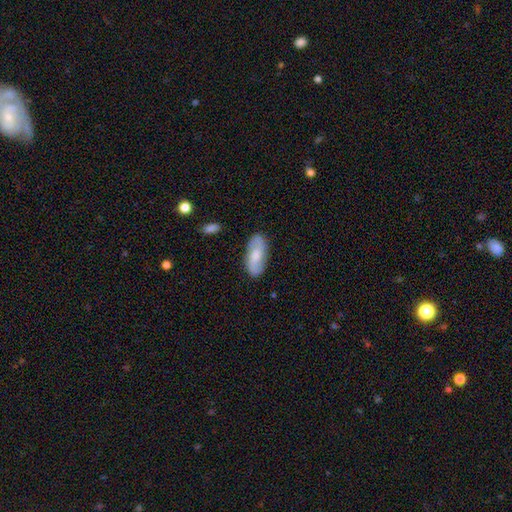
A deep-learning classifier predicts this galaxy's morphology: Smooth or featured? smooth (48%)
Merging? none (83%)